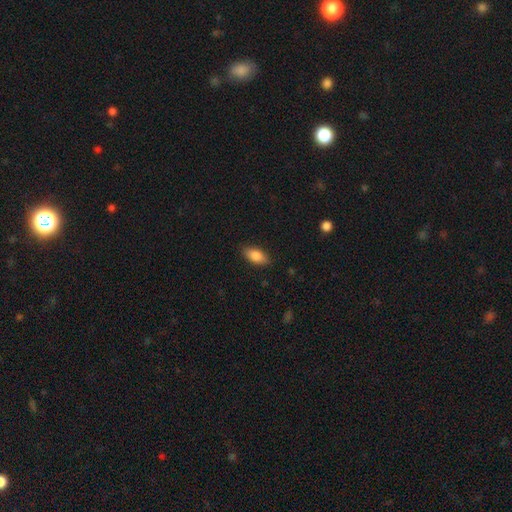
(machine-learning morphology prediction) Smooth or featured? smooth (86%)
How rounded? in between (89%)
Merging? none (87%)